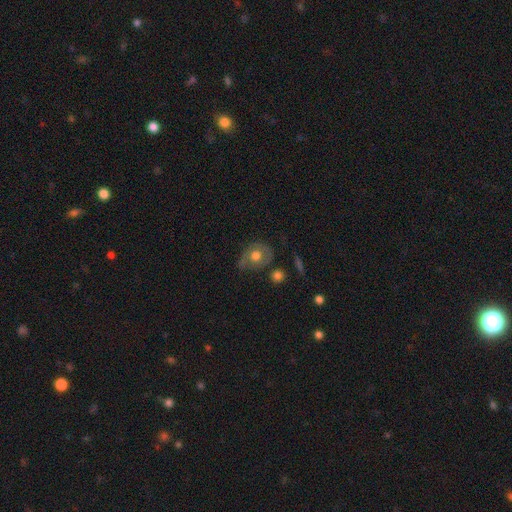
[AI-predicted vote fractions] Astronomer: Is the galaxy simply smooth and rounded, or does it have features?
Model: smooth — 56% (runner-up: featured or disk, 36%).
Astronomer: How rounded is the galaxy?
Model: round — 52% (runner-up: in between, 47%).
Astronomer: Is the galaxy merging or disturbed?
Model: none — 51% (runner-up: minor disturbance, 30%).